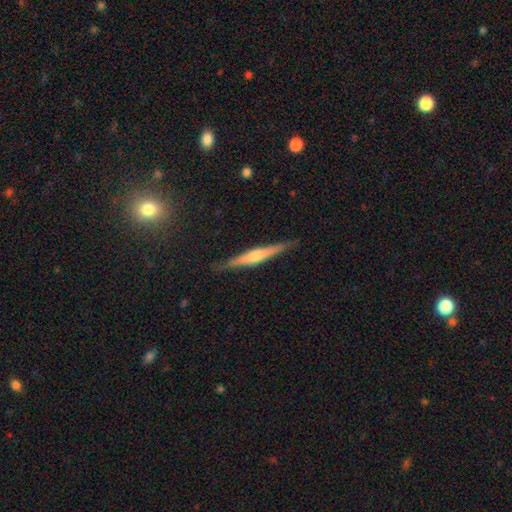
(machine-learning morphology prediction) A featured or disk galaxy (61%) viewed edge-on (97%) with a rounded central bulge (67%). Merging: none (87%).